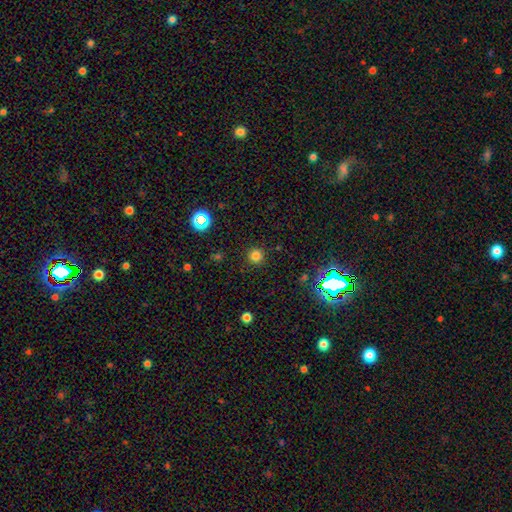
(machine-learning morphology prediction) type=smooth (77%); roundness=round (95%); merging=none (90%).